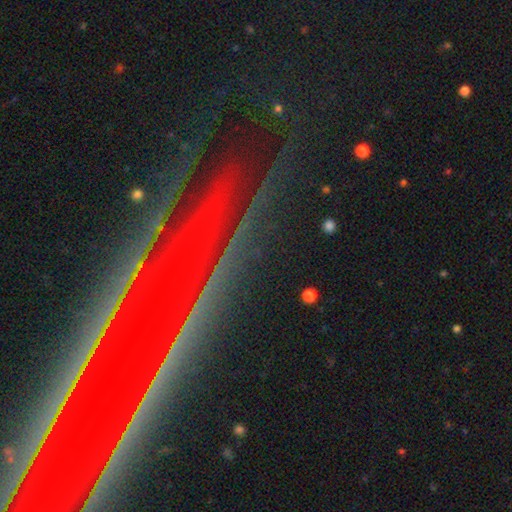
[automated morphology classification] type=star or artifact (77%).